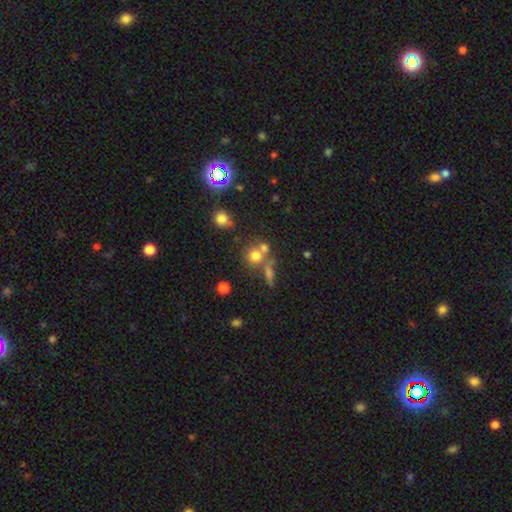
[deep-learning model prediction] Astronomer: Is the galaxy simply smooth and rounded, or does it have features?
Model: smooth — 69%.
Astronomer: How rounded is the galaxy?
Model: round — 85%.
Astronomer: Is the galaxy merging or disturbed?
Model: none — 52% (runner-up: merger, 32%).